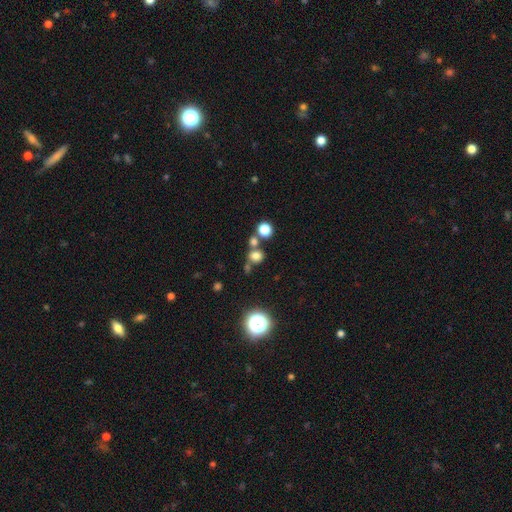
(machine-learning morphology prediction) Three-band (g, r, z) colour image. It shows a smooth galaxy with no disk features (72%) that is round (72%). Merging: none (59%).